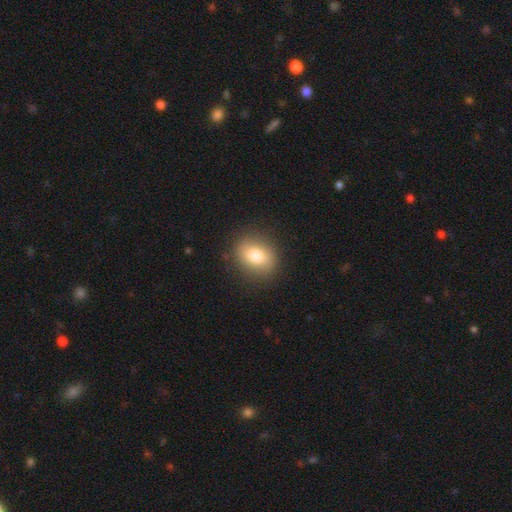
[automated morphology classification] smooth_or_featured: smooth (p=0.79) [alt: featured or disk p=0.12]
how_rounded: in between (p=0.51) [alt: round p=0.48]
merging: none (p=0.86) [alt: minor disturbance p=0.10]